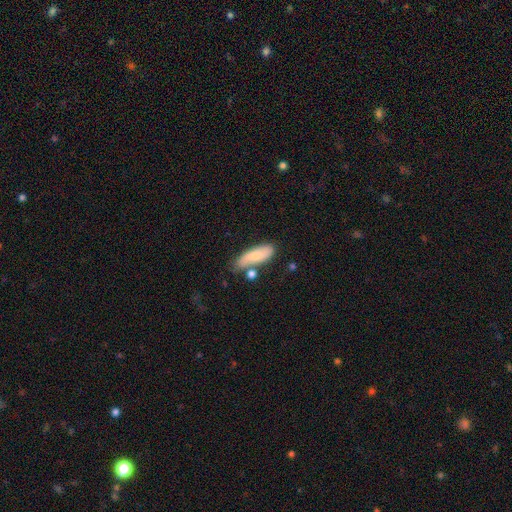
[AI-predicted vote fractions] This is likely a smooth galaxy (69%). How rounded: likely in between (62%). Merging: possibly none (59%).